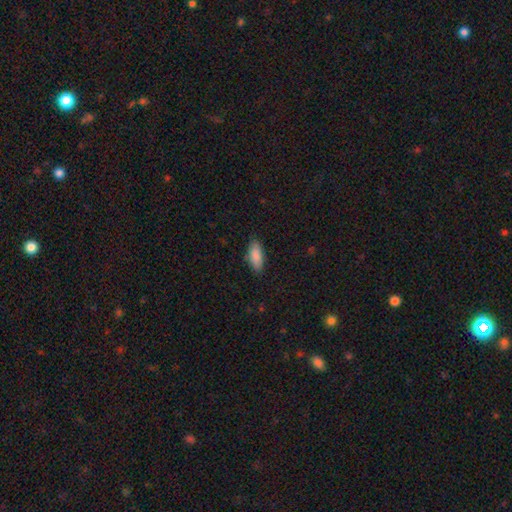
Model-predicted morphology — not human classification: A smooth galaxy with no disk features (88%) that is in between round and cigar-shaped (81%).

Vote fractions:
- Smooth or featured? smooth: 88% / star or artifact: 6% / featured or disk: 6%
- How rounded? in between: 81% / cigar-shaped: 17% / round: 2%
- Merging? none: 84% / minor disturbance: 12% / major disturbance: 2% / merger: 1%